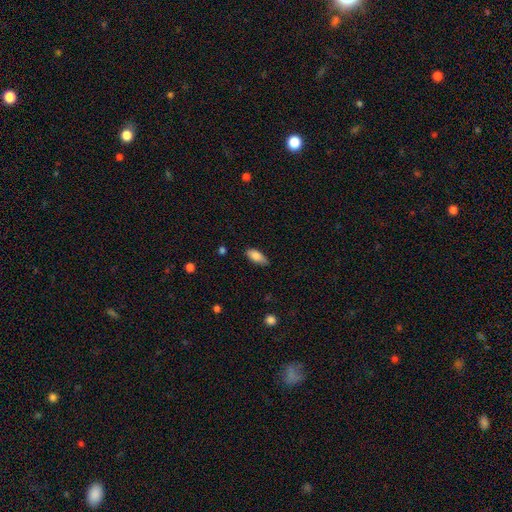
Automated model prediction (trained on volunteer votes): Smooth or featured?
  - smooth: 83% *
  - featured or disk: 10%
  - star or artifact: 7%
How rounded?
  - in between: 87% *
  - cigar-shaped: 11%
  - round: 2%
Merging?
  - none: 80% *
  - minor disturbance: 16%
  - major disturbance: 2%
  - merger: 1%